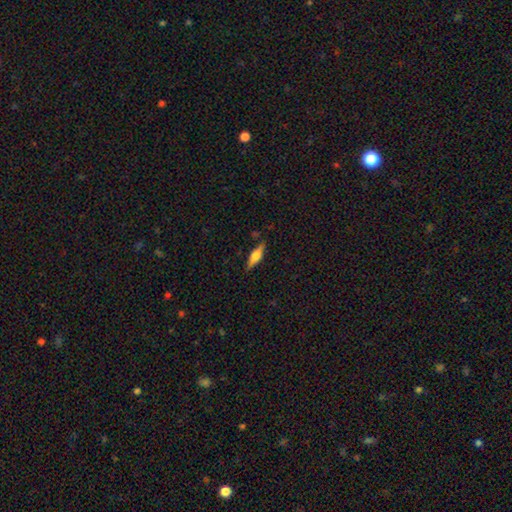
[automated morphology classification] Smooth or featured?
  - featured or disk: 51% *
  - smooth: 42%
  - star or artifact: 7%
Edge-on disk?
  - yes: 94% *
  - no: 6%
Merging?
  - none: 85% *
  - minor disturbance: 11%
  - major disturbance: 2%
  - merger: 2%